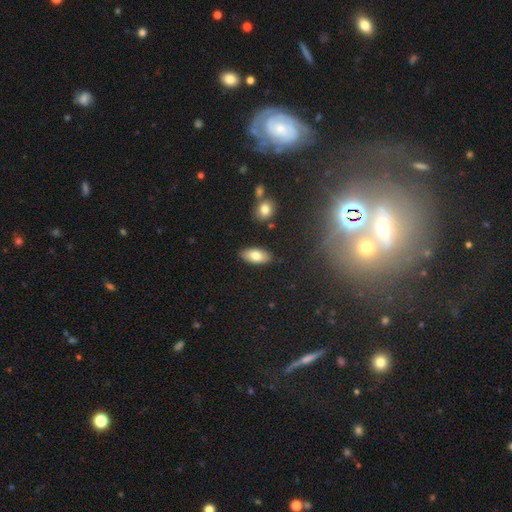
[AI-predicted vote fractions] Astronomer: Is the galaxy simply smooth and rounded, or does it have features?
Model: smooth — 78%.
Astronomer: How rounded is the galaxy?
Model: in between — 91%.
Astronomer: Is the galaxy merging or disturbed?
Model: none — 86%.